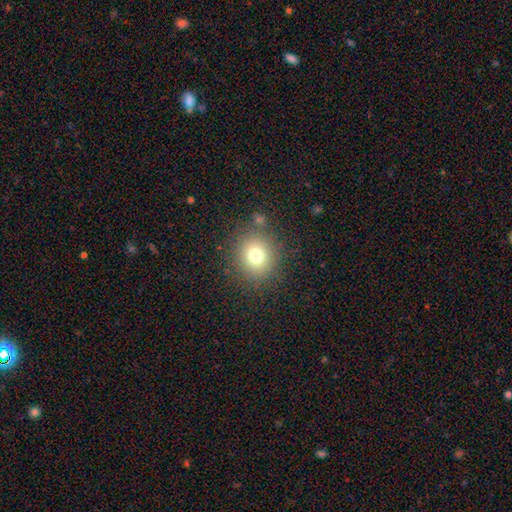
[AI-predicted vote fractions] A smooth galaxy with no disk features (75%) that is round (87%).

Vote fractions:
- Smooth or featured? smooth: 75% / star or artifact: 15% / featured or disk: 10%
- How rounded? round: 87% / in between: 12% / cigar-shaped: 1%
- Merging? none: 84% / minor disturbance: 9% / major disturbance: 4% / merger: 4%